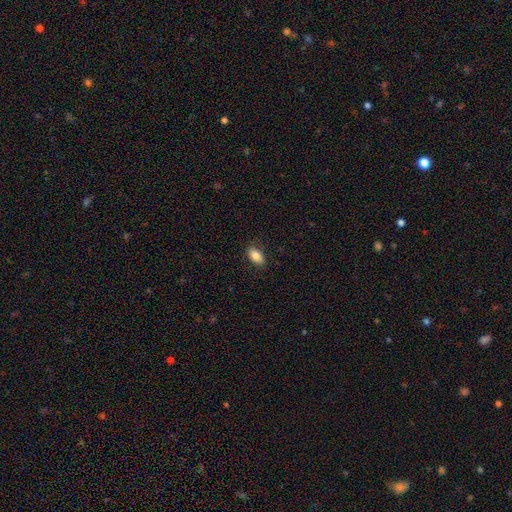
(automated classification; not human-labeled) A smooth galaxy with no disk features (85%) that is in between round and cigar-shaped (91%).

Vote fractions:
- Smooth or featured? smooth: 85% / featured or disk: 8% / star or artifact: 8%
- How rounded? in between: 91% / round: 6% / cigar-shaped: 3%
- Merging? none: 85% / minor disturbance: 12% / major disturbance: 3% / merger: 1%